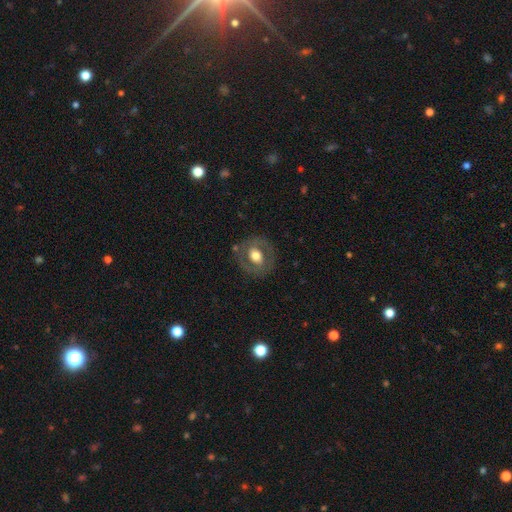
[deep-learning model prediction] A featured or disk galaxy (50%).

Vote fractions:
- Smooth or featured? featured or disk: 50% / smooth: 43% / star or artifact: 7%
- Merging? none: 79% / minor disturbance: 13% / major disturbance: 7% / merger: 2%